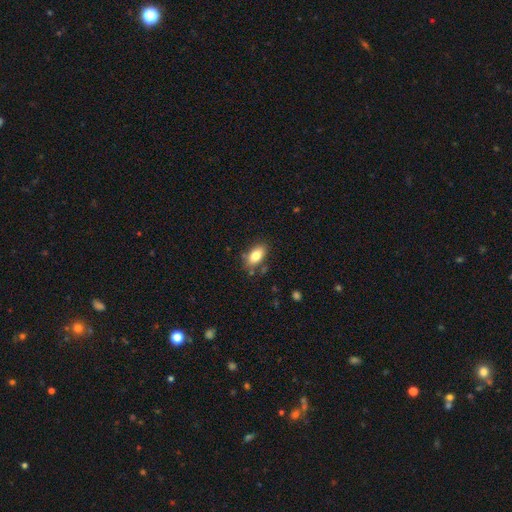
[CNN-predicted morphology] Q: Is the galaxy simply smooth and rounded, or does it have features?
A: smooth — 81%.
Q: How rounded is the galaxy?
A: in between — 90%.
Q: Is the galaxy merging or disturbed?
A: none — 78%.